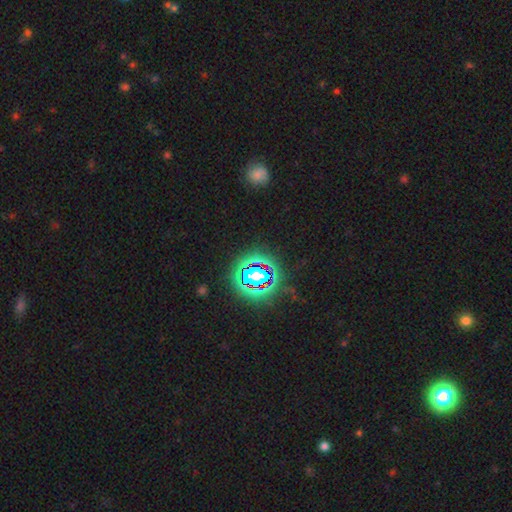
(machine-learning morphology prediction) star or artifact 80%, smooth 13%, featured or disk 7%.